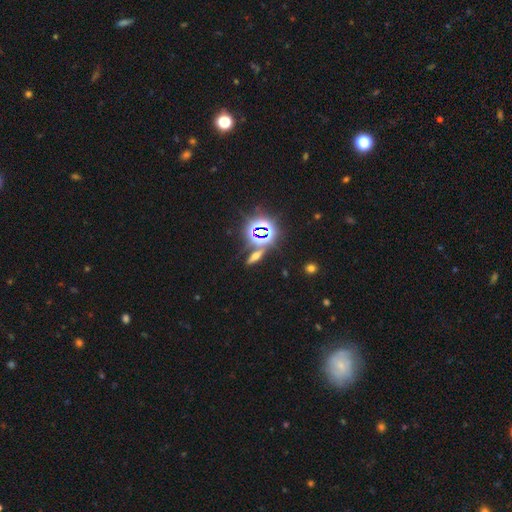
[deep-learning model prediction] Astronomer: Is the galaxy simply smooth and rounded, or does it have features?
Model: star or artifact — 42% (runner-up: smooth, 31%).